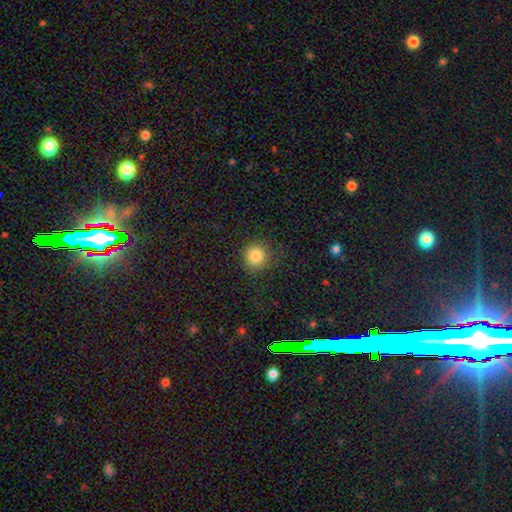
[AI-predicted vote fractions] A smooth galaxy with no disk features (83%) that is round (92%).

Vote fractions:
- Smooth or featured? smooth: 83% / star or artifact: 11% / featured or disk: 6%
- How rounded? round: 92% / in between: 7% / cigar-shaped: 1%
- Merging? none: 87% / minor disturbance: 8% / major disturbance: 3% / merger: 1%